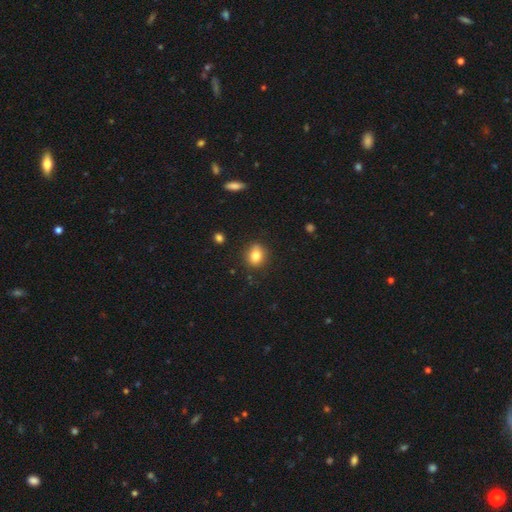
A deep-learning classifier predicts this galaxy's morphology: This is clearly a smooth galaxy (80%). How rounded: likely round (61%). Merging: clearly none (82%).